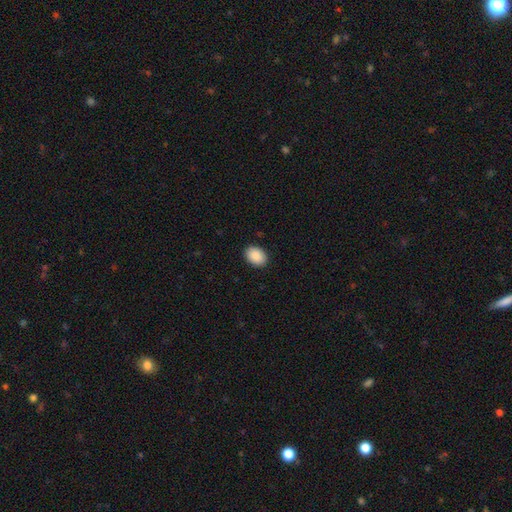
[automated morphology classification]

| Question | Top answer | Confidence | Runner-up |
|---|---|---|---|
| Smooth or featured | smooth | 91% | star or artifact (7%) |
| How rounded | in between | 76% | round (23%) |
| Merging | none | 90% | minor disturbance (7%) |